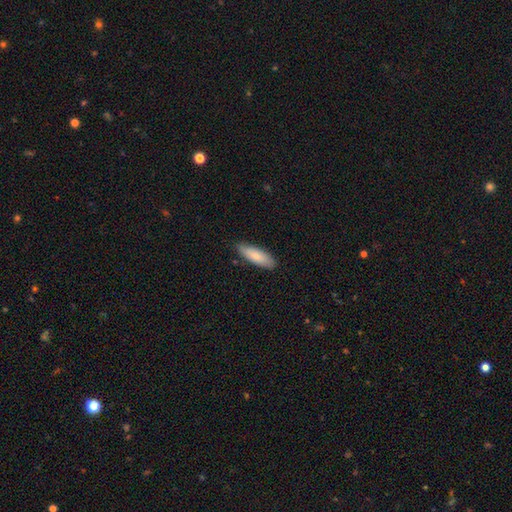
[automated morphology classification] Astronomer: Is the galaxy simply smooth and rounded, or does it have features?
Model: smooth — 81%.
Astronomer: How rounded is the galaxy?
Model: in between — 52% (runner-up: cigar-shaped, 46%).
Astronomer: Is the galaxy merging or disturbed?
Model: none — 85%.